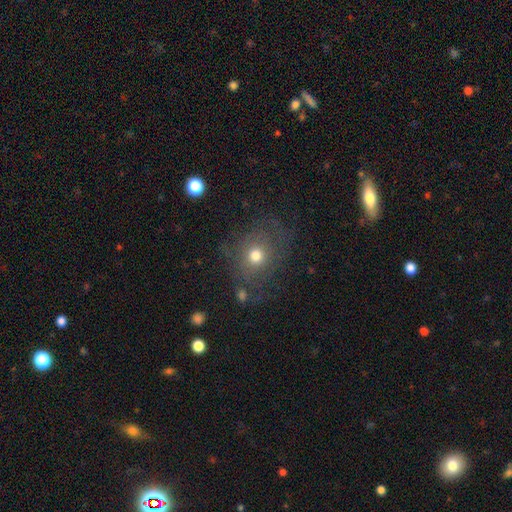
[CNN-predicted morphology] The model was most divided on "smooth or featured": smooth: 57%, featured or disk: 29%, star or artifact: 15%. More confident: how rounded — round (67%); merging — none (65%).